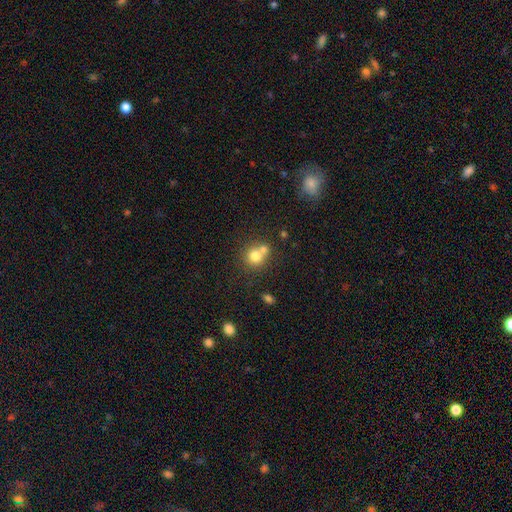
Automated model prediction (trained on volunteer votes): Morphology: type=smooth (75%); roundness=round (85%); merging=merger (45%).